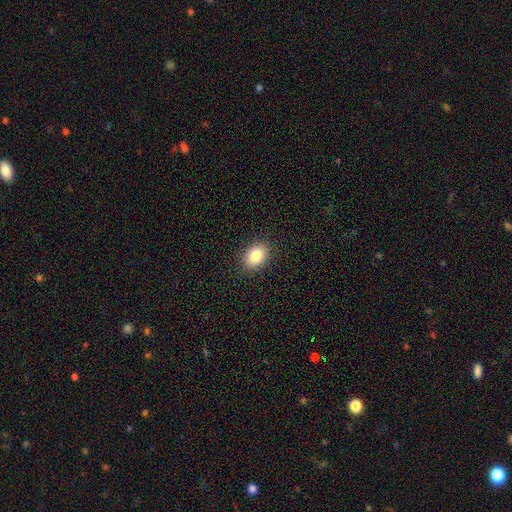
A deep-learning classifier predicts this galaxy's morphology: Smooth or featured: smooth — 85% (star or artifact — 9%)
How rounded: in between — 75% (round — 24%)
Merging: none — 89% (minor disturbance — 8%)